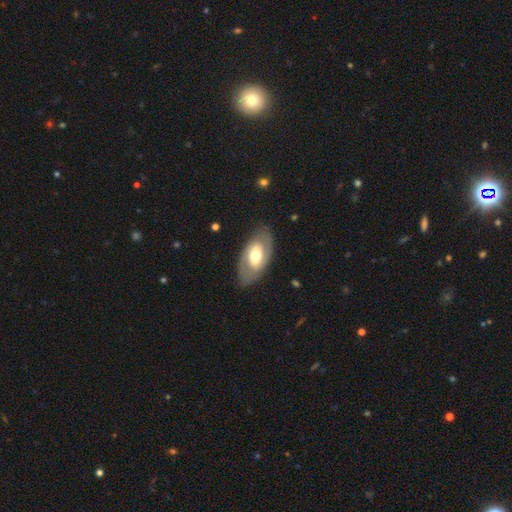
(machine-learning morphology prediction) Q: Smooth or featured?
A: featured or disk (54%); runner-up: smooth (41%)
Q: Edge-on disk?
A: no (89%); runner-up: yes (11%)
Q: Merging?
A: none (80%); runner-up: minor disturbance (13%)